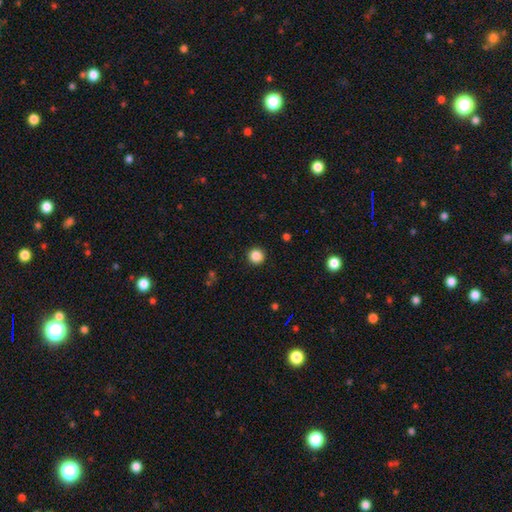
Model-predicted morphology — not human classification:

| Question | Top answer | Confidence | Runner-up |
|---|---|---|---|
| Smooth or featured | smooth | 86% | star or artifact (11%) |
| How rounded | round | 95% | in between (4%) |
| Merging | none | 92% | minor disturbance (5%) |